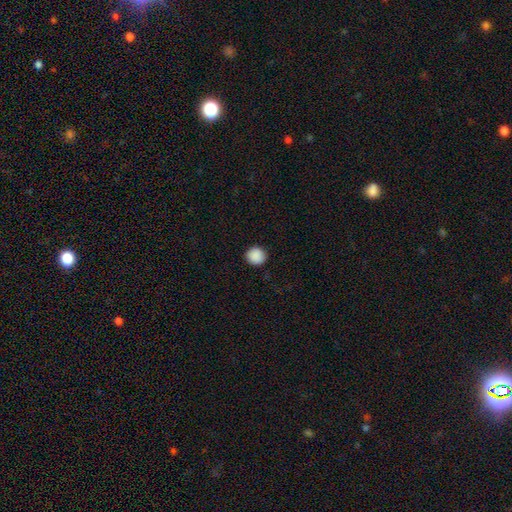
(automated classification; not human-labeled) Smooth or featured: smooth — 90% (star or artifact — 8%)
How rounded: round — 93% (in between — 6%)
Merging: none — 91% (minor disturbance — 6%)